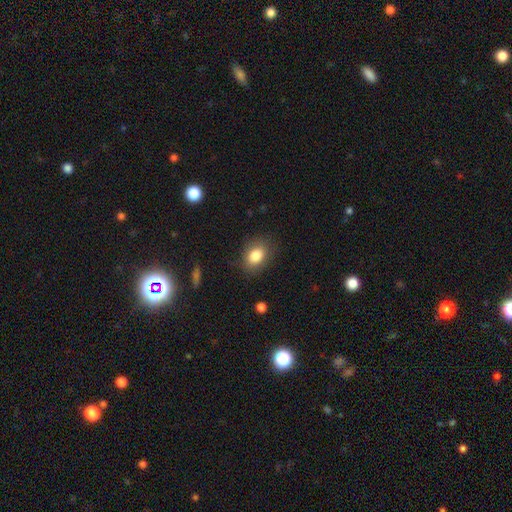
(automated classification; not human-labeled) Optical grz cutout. It shows a smooth galaxy with no disk features (83%) that is in between round and cigar-shaped (72%). Merging: none (82%).